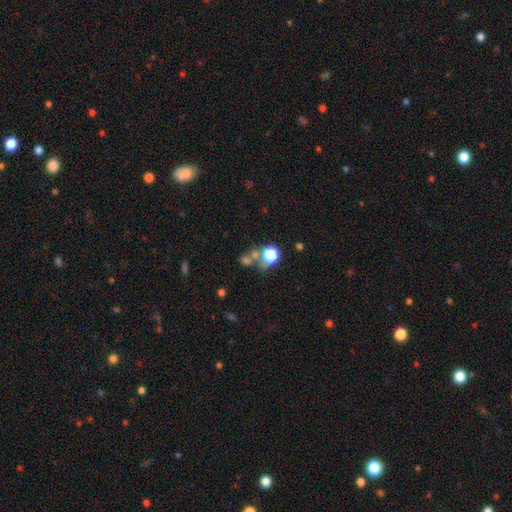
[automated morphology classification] Q: Smooth or featured?
A: smooth (54%); runner-up: star or artifact (34%)
Q: How rounded?
A: round (79%); runner-up: in between (20%)
Q: Merging?
A: none (53%); runner-up: merger (30%)